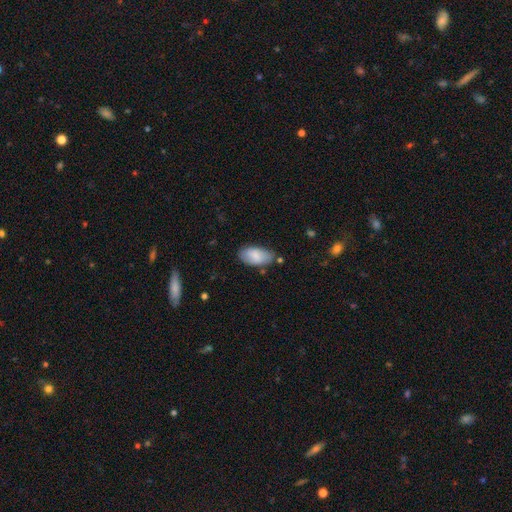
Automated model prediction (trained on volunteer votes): smooth-or-featured: smooth: 80% | featured or disk: 13% | star or artifact: 6%
  how-rounded: in between: 94% | round: 3% | cigar-shaped: 3%
  merging: none: 68% | minor disturbance: 23% | major disturbance: 5% | merger: 4%